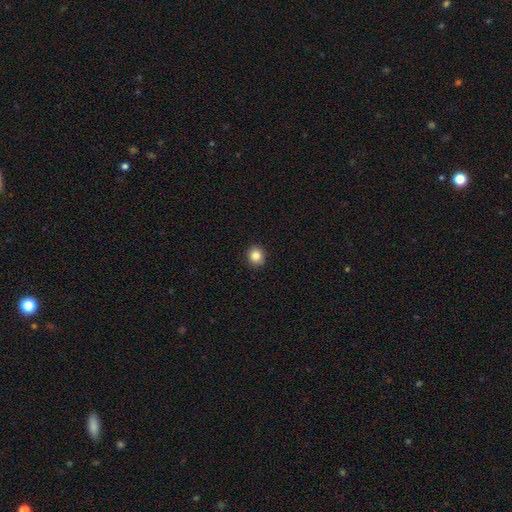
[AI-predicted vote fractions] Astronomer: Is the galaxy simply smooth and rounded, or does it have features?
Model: smooth — 85%.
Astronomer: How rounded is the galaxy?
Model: round — 82%.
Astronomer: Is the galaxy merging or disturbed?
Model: none — 89%.